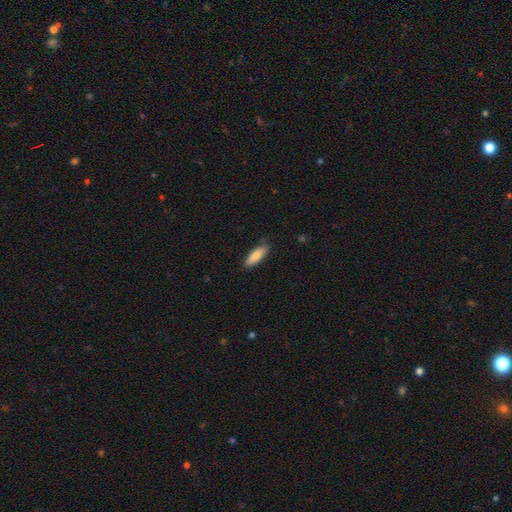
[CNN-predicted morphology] Smooth or featured?
  - smooth: 81% *
  - featured or disk: 13%
  - star or artifact: 6%
How rounded?
  - cigar-shaped: 50% *
  - in between: 49%
  - round: 2%
Merging?
  - none: 83% *
  - minor disturbance: 13%
  - major disturbance: 2%
  - merger: 1%